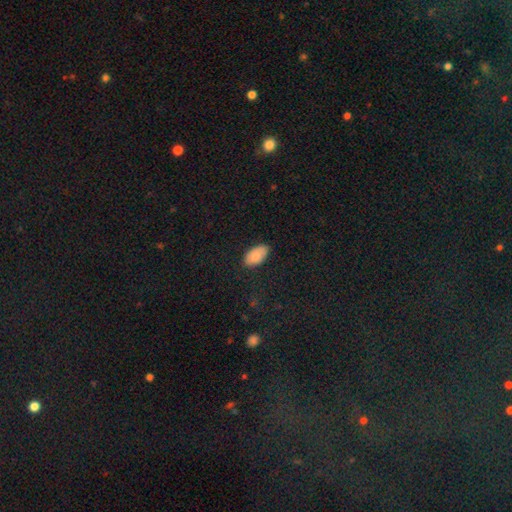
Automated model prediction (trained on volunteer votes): This appears to be a smooth galaxy with no disk features (86%) that is in between round and cigar-shaped (95%). Merging: none (80%).